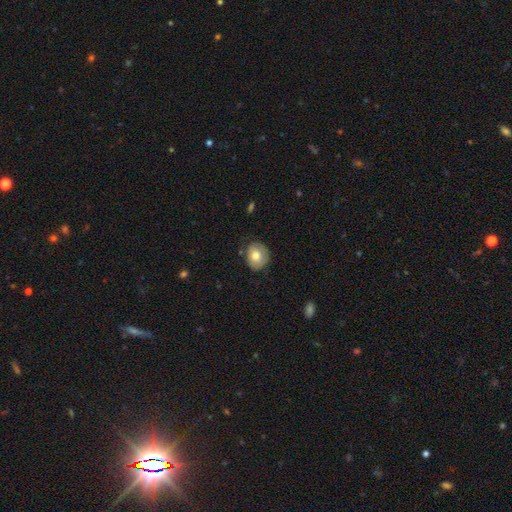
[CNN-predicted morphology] Smooth or featured? Predicted: smooth (p=0.71). How rounded? Predicted: round (p=0.61). Merging? Predicted: none (p=0.76).